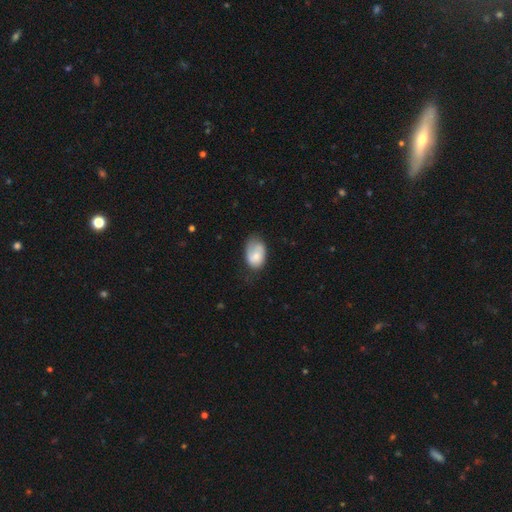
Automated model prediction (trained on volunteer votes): smooth-or-featured: smooth: 66% | featured or disk: 27% | star or artifact: 7%
  how-rounded: in between: 87% | round: 12% | cigar-shaped: 1%
  merging: none: 48% | minor disturbance: 36% | major disturbance: 14% | merger: 2%